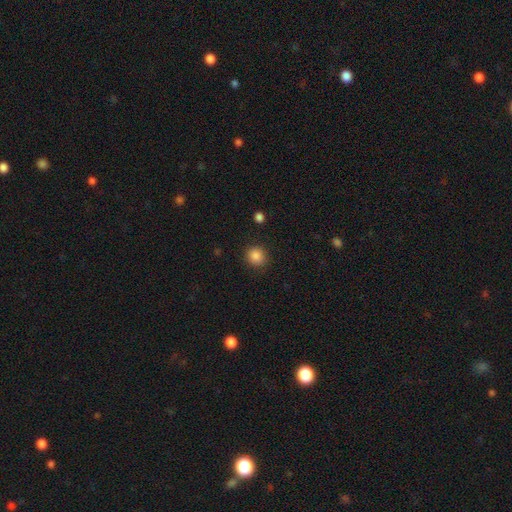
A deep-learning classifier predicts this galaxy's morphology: Overall: smooth (86%). How rounded: round (85%). Merging: none (89%).